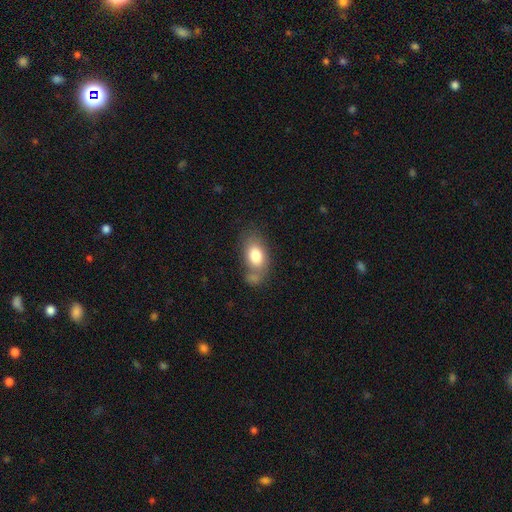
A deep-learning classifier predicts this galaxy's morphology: This appears to be a smooth galaxy with no disk features (78%) that is in between round and cigar-shaped (88%). Merging: none (48%).